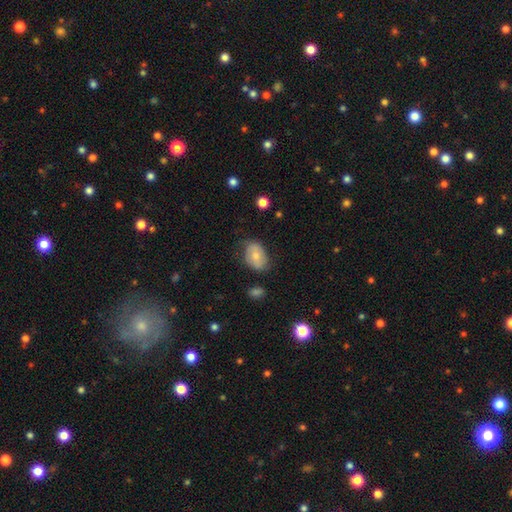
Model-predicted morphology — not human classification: This is likely a smooth galaxy (63%). How rounded: clearly in between (83%). Merging: likely none (64%).